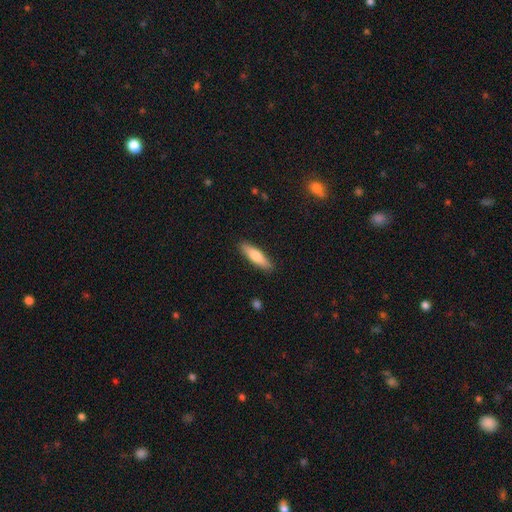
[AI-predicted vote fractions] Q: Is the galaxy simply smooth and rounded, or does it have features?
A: smooth — 72%.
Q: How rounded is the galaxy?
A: cigar-shaped — 67%.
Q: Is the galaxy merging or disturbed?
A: none — 89%.